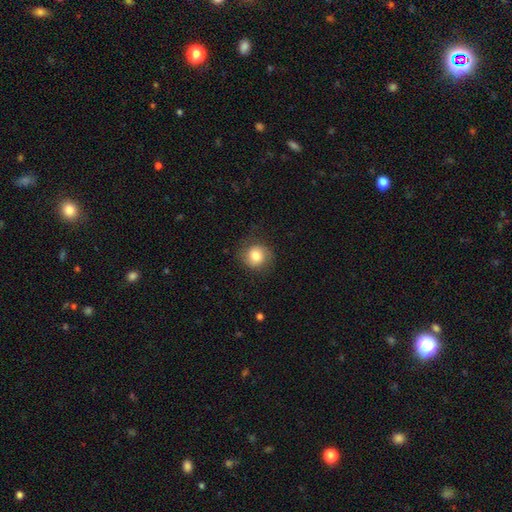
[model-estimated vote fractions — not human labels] Smooth or featured?
  - smooth: 76% *
  - featured or disk: 15%
  - star or artifact: 9%
How rounded?
  - round: 83% *
  - in between: 16%
  - cigar-shaped: 1%
Merging?
  - none: 76% *
  - minor disturbance: 16%
  - major disturbance: 7%
  - merger: 1%